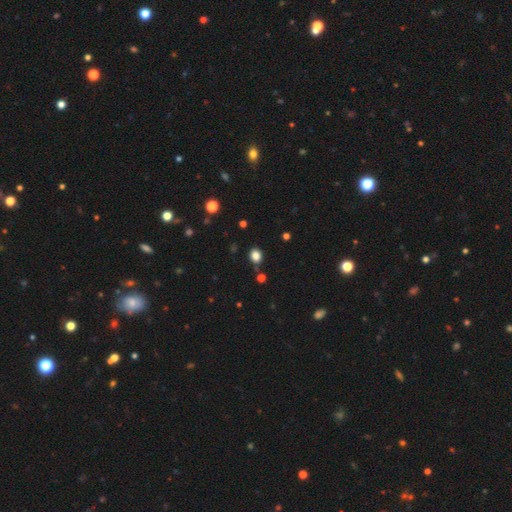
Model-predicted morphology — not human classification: smooth 83%, star or artifact 13%, featured or disk 4%. Down the decision tree: how rounded — round (54%); merging — none (82%).